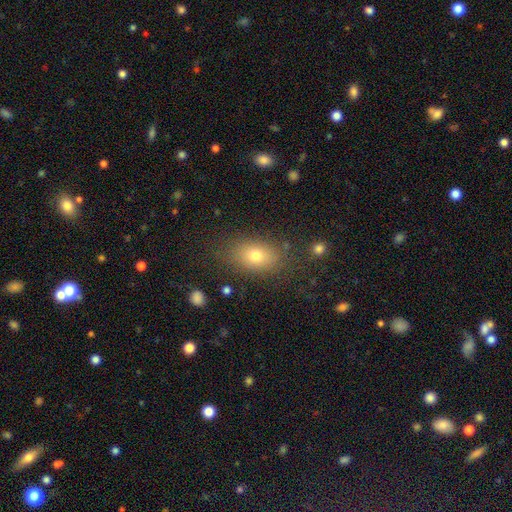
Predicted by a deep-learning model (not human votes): Smooth or featured: smooth — 74% (featured or disk — 13%)
How rounded: in between — 79% (round — 18%)
Merging: none — 81% (minor disturbance — 12%)